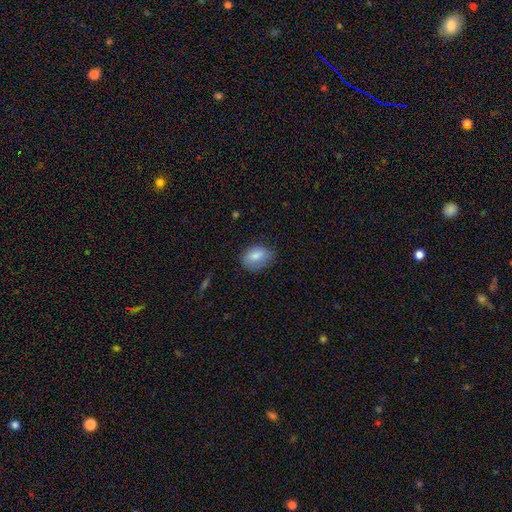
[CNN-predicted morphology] Smooth or featured? smooth (77%)
How rounded? in between (74%)
Merging? none (69%)